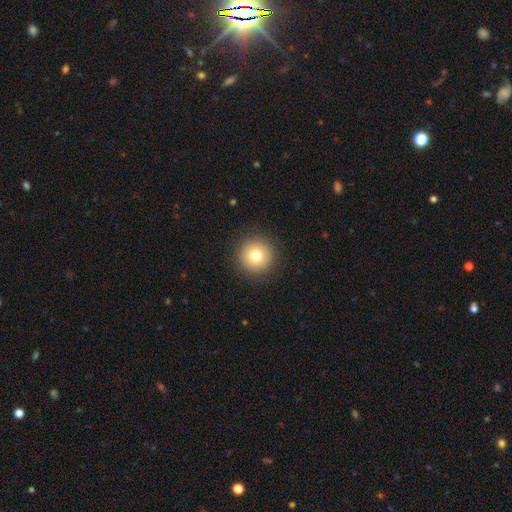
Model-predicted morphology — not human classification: A smooth galaxy with no disk features (77%) that is round (95%).

Vote fractions:
- Smooth or featured? smooth: 77% / star or artifact: 12% / featured or disk: 11%
- How rounded? round: 95% / in between: 4% / cigar-shaped: 1%
- Merging? none: 91% / minor disturbance: 6% / major disturbance: 2% / merger: 1%